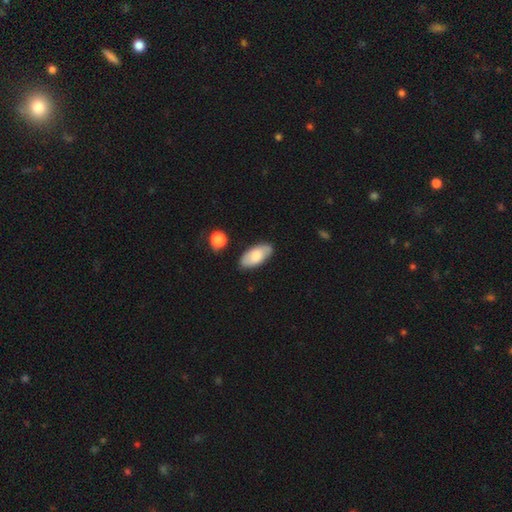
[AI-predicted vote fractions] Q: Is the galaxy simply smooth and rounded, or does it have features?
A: smooth — 65%.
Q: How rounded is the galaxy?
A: in between — 92%.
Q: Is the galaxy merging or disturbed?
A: none — 82%.